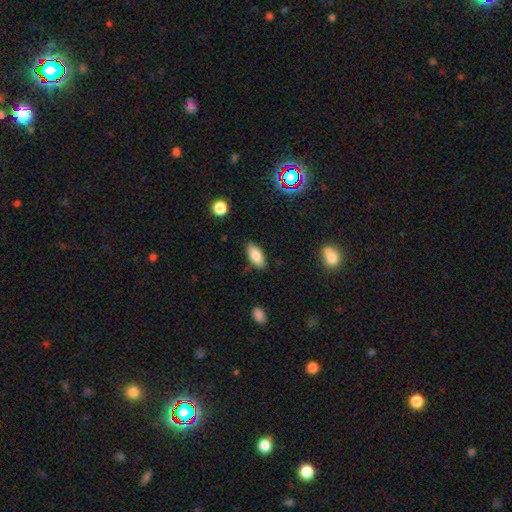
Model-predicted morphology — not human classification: The model was most divided on "smooth or featured": smooth: 80%, featured or disk: 12%, star or artifact: 8%. More confident: merging — none (86%); how rounded — in between (86%).